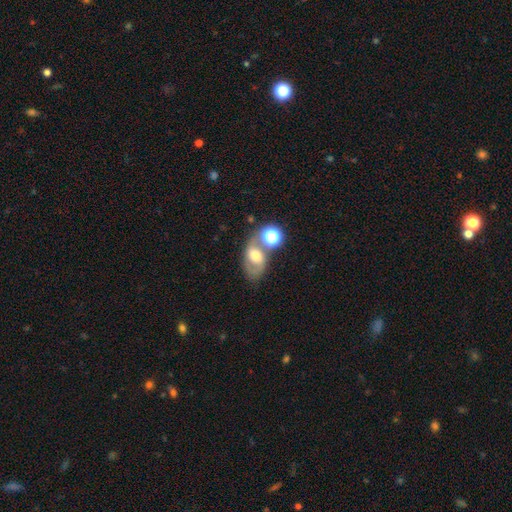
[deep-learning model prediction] smooth_or_featured: featured or disk (p=0.49) [alt: smooth p=0.38]
merging: none (p=0.47) [alt: merger p=0.25]